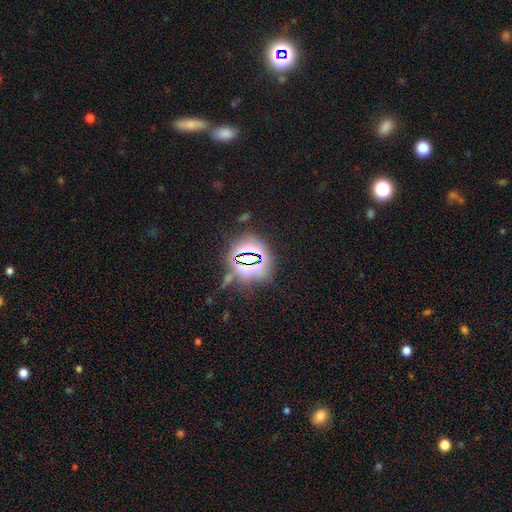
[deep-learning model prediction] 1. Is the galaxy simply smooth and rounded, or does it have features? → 78% star or artifact, 13% smooth, 9% featured or disk.